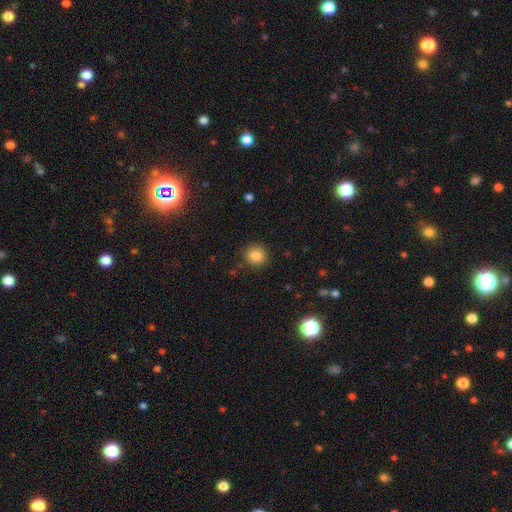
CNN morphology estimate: type=smooth (82%); roundness=round (91%); merging=none (89%).